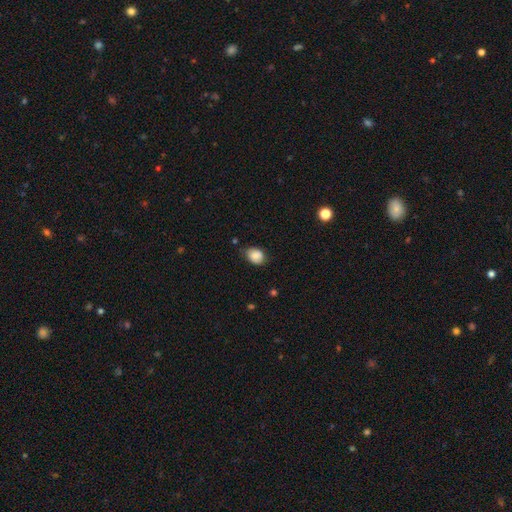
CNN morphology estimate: This appears to be a smooth galaxy with no disk features (84%) that is in between round and cigar-shaped (65%). Merging: none (69%).